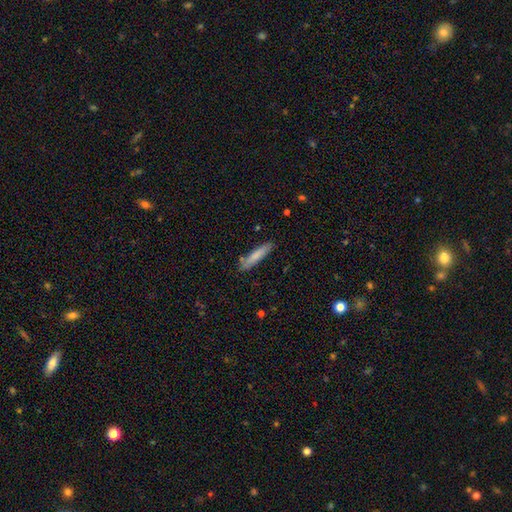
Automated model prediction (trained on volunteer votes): Smooth or featured? Predicted: smooth (p=0.78). How rounded? Predicted: cigar-shaped (p=0.89). Merging? Predicted: none (p=0.82).